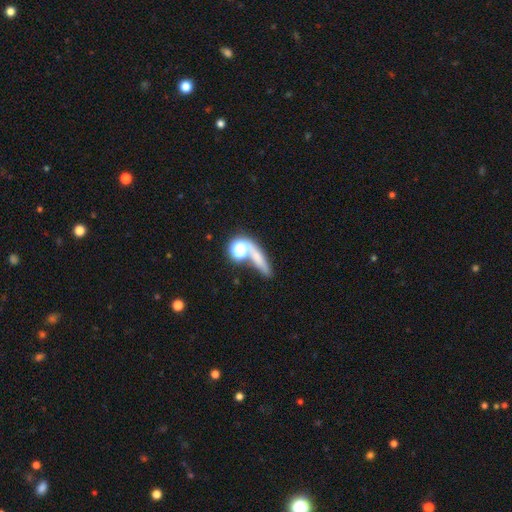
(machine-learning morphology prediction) Q: Smooth or featured?
A: smooth (60%); runner-up: featured or disk (20%)
Q: How rounded?
A: cigar-shaped (46%); runner-up: round (30%)
Q: Merging?
A: none (53%); runner-up: merger (25%)